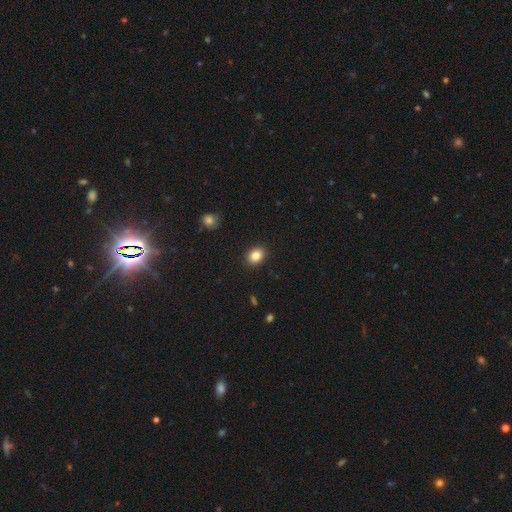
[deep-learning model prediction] Overall: smooth (85%). How rounded: in between (59%; round 40%). Merging: none (90%).